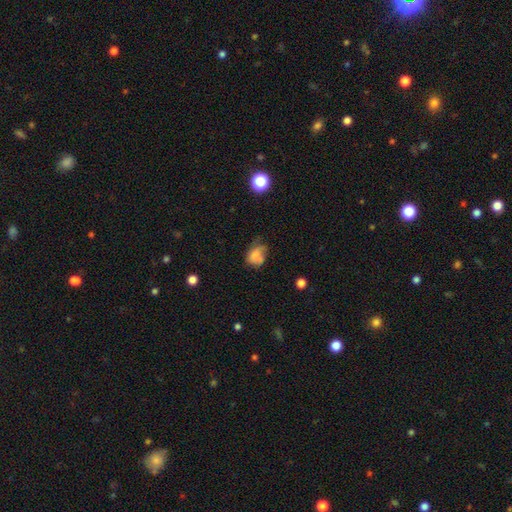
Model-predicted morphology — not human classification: The model was most divided on "merging" (2-way tie): minor disturbance: 34%, none: 34%, major disturbance: 25%, merger: 7%. More confident: smooth or featured — smooth (69%); how rounded — in between (64%).